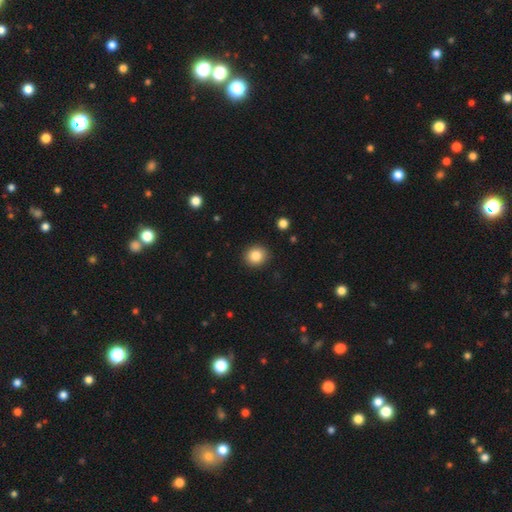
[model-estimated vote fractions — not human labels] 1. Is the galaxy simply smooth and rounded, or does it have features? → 85% smooth, 9% star or artifact, 6% featured or disk.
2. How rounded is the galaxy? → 81% round, 18% in between, 1% cigar-shaped.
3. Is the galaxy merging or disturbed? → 91% none, 6% minor disturbance, 2% major disturbance, 1% merger.